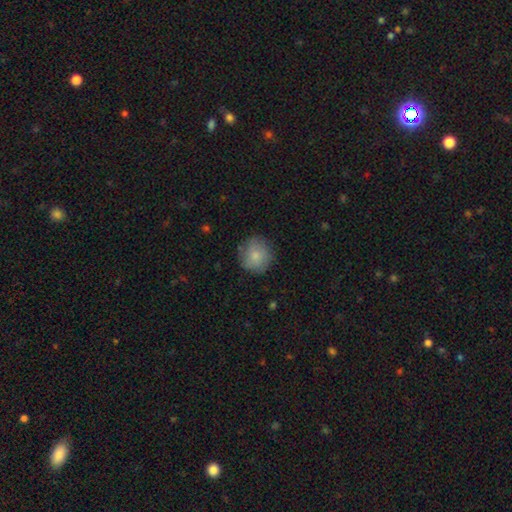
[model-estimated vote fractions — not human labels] Smooth or featured? smooth (80%)
How rounded? round (90%)
Merging? none (79%)